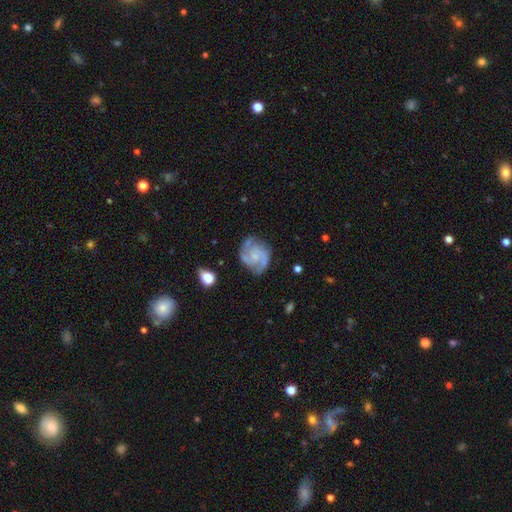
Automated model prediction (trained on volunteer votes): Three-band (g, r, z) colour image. It shows a featured or disk galaxy (85%) with no bar (63%), 2 (48%) medium (50%) spiral arms (96%) and a small central bulge (50%). Merging: none (72%).